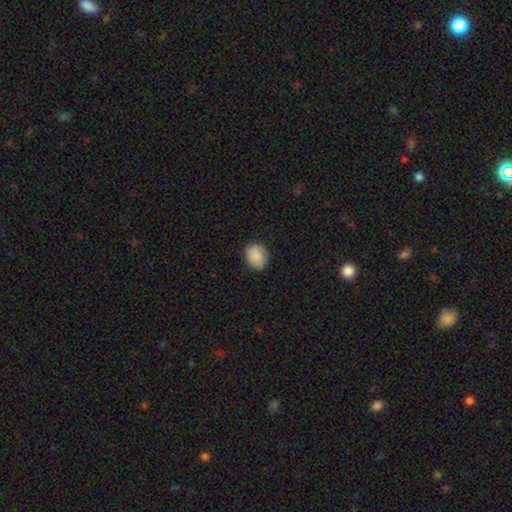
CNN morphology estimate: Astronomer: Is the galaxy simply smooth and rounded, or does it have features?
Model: smooth — 88%.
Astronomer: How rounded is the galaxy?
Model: in between — 50% (runner-up: round, 49%).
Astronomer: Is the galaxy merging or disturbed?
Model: none — 82%.